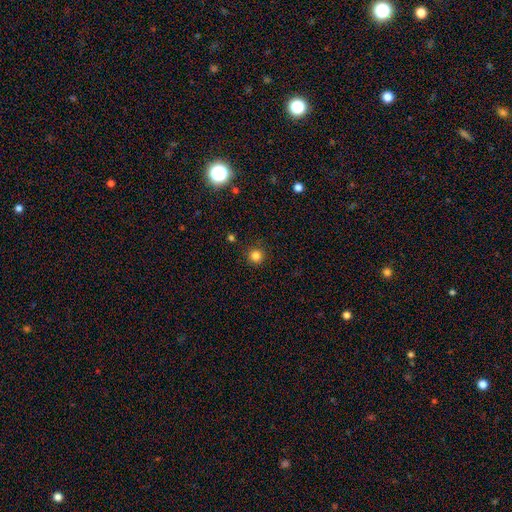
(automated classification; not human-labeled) A smooth galaxy with no disk features (83%) that is round (95%).

Vote fractions:
- Smooth or featured? smooth: 83% / star or artifact: 13% / featured or disk: 4%
- How rounded? round: 95% / in between: 4% / cigar-shaped: 1%
- Merging? none: 90% / minor disturbance: 6% / major disturbance: 2% / merger: 1%